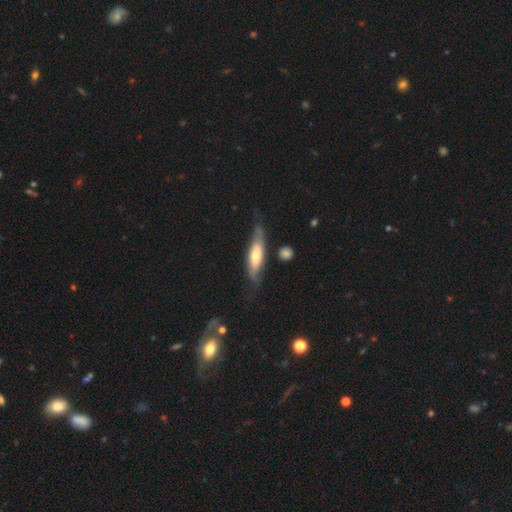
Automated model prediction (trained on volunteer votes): A featured or disk galaxy (54%) viewed edge-on (51%). Merging: none (60%).